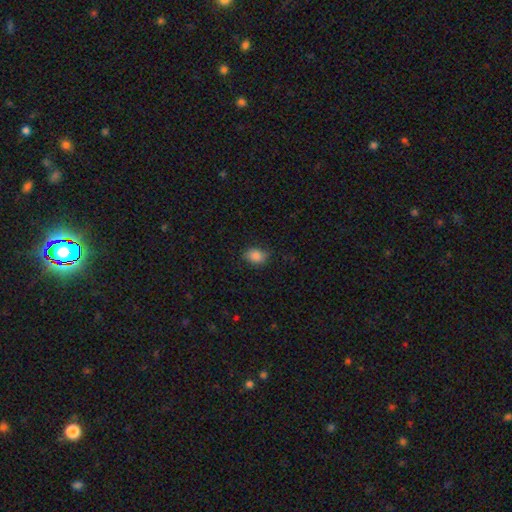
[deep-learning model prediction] Q: Smooth or featured?
A: smooth (86%); runner-up: star or artifact (9%)
Q: How rounded?
A: in between (66%); runner-up: round (33%)
Q: Merging?
A: none (78%); runner-up: minor disturbance (17%)